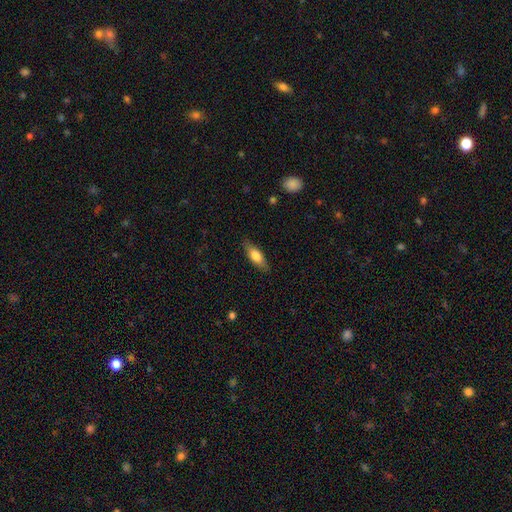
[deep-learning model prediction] A smooth galaxy with no disk features (73%) that is in between round and cigar-shaped (65%).

Vote fractions:
- Smooth or featured? smooth: 73% / featured or disk: 21% / star or artifact: 6%
- How rounded? in between: 65% / cigar-shaped: 33% / round: 2%
- Merging? none: 84% / minor disturbance: 12% / major disturbance: 3% / merger: 1%